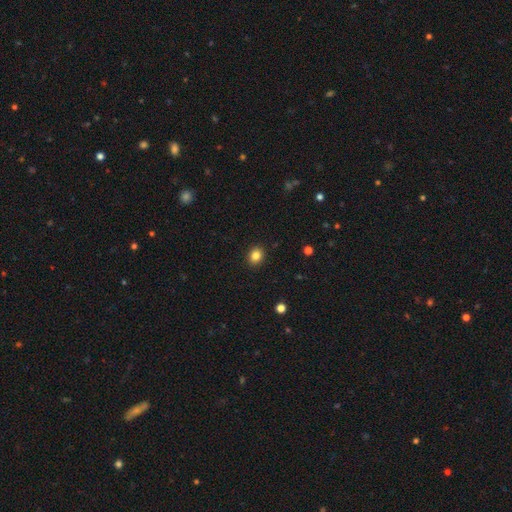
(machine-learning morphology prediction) Smooth or featured: smooth — 84% (star or artifact — 11%)
How rounded: round — 63% (in between — 36%)
Merging: none — 91% (minor disturbance — 6%)